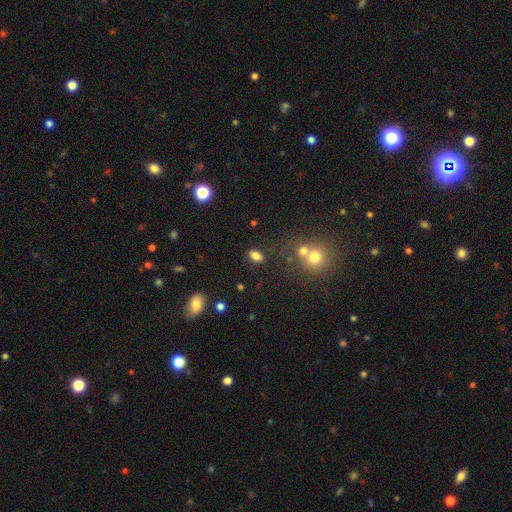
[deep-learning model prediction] Morphology: type=smooth (81%); roundness=in between (85%); merging=none (78%).